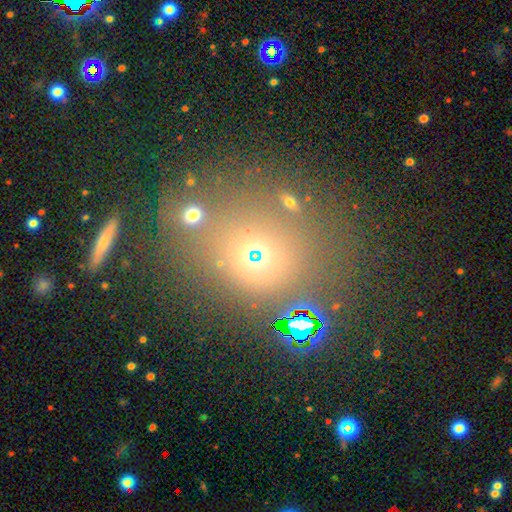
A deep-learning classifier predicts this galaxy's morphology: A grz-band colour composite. It shows a smooth galaxy with no disk features (50%). Merging: none (67%).